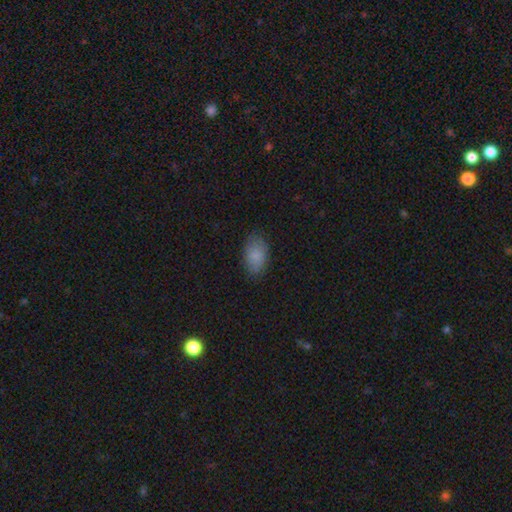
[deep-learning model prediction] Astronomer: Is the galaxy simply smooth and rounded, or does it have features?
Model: smooth — 85%.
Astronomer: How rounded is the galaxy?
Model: in between — 92%.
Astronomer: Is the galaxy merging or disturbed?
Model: none — 81%.